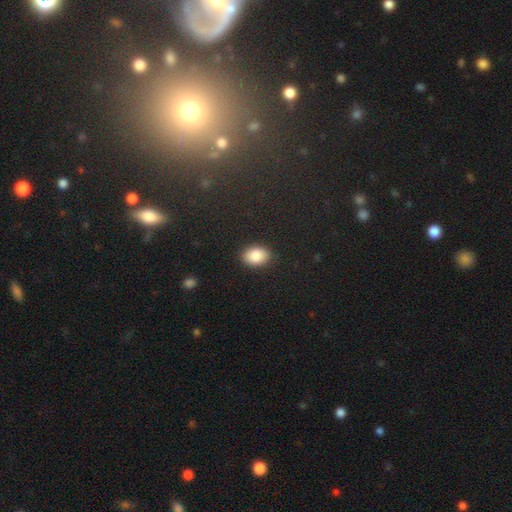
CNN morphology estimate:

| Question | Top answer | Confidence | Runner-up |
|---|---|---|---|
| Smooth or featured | smooth | 86% | star or artifact (8%) |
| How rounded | in between | 83% | round (16%) |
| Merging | none | 89% | minor disturbance (8%) |